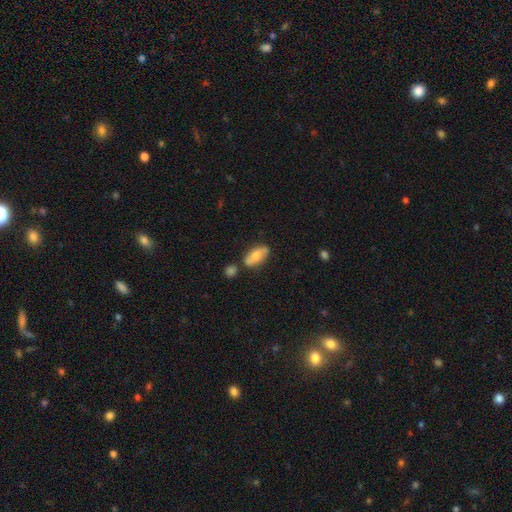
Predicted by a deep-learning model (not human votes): A smooth galaxy with no disk features (60%) that is in between round and cigar-shaped (83%).

Vote fractions:
- Smooth or featured? smooth: 60% / featured or disk: 33% / star or artifact: 7%
- How rounded? in between: 83% / cigar-shaped: 13% / round: 4%
- Merging? none: 72% / minor disturbance: 15% / merger: 9% / major disturbance: 4%